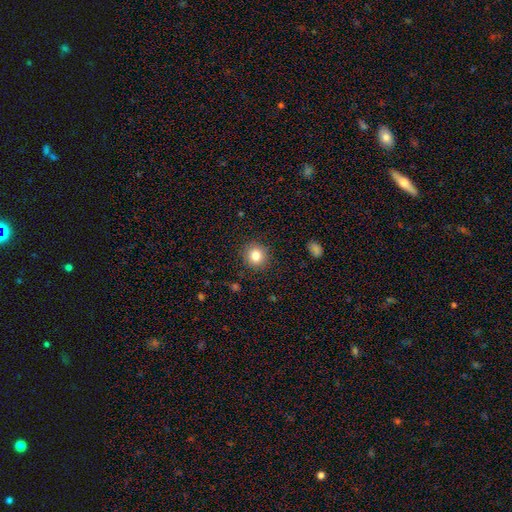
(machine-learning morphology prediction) smooth-or-featured: smooth: 83% | star or artifact: 11% | featured or disk: 7%
  how-rounded: round: 88% | in between: 11% | cigar-shaped: 1%
  merging: none: 89% | minor disturbance: 7% | major disturbance: 2% | merger: 1%